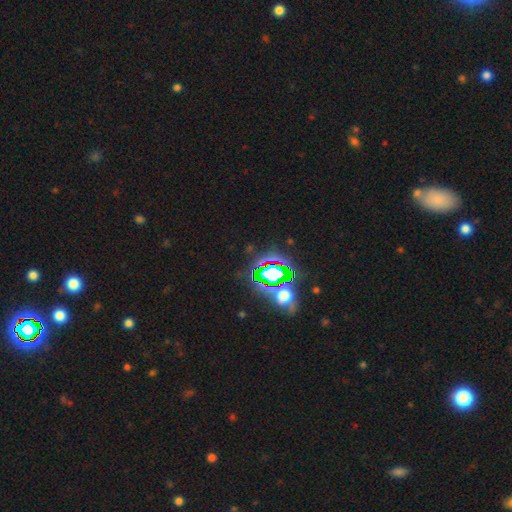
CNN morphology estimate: Smooth or featured: star or artifact — 78% (smooth — 13%)